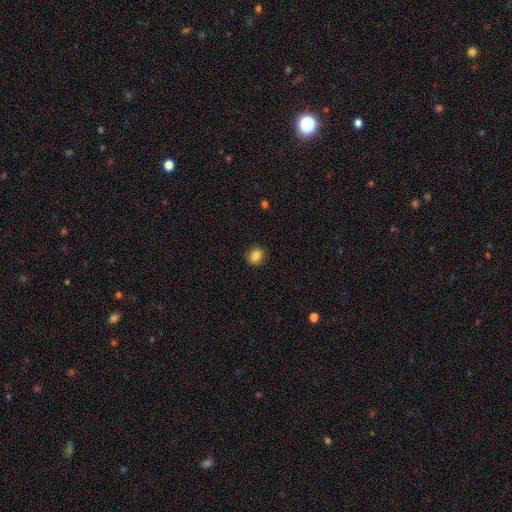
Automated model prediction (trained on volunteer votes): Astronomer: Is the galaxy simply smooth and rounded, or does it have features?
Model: smooth — 85%.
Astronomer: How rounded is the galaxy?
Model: round — 74%.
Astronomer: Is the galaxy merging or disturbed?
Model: none — 90%.